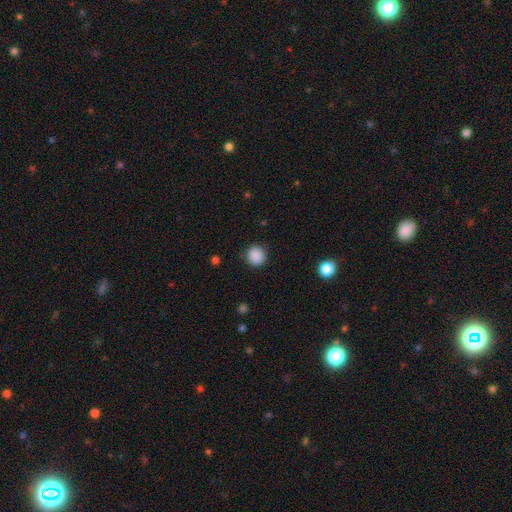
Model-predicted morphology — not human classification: A smooth galaxy with no disk features (88%) that is round (92%).

Vote fractions:
- Smooth or featured? smooth: 88% / star or artifact: 9% / featured or disk: 2%
- How rounded? round: 92% / in between: 7% / cigar-shaped: 1%
- Merging? none: 90% / minor disturbance: 7% / major disturbance: 2% / merger: 1%